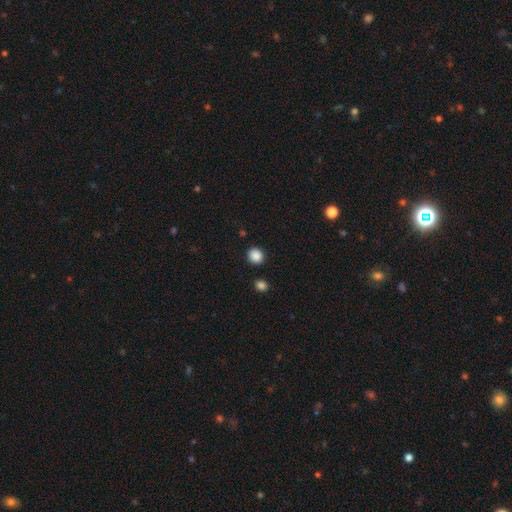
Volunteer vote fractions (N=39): This is clearly a smooth galaxy (90%). How rounded: clearly round (83%). Merging: clearly none (89%).